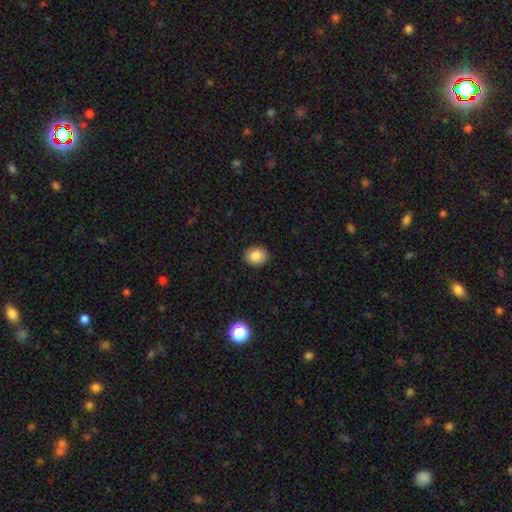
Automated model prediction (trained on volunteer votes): smooth-or-featured: smooth: 84% | star or artifact: 10% | featured or disk: 6%
  how-rounded: round: 62% | in between: 37% | cigar-shaped: 1%
  merging: none: 91% | minor disturbance: 6% | major disturbance: 2% | merger: 1%